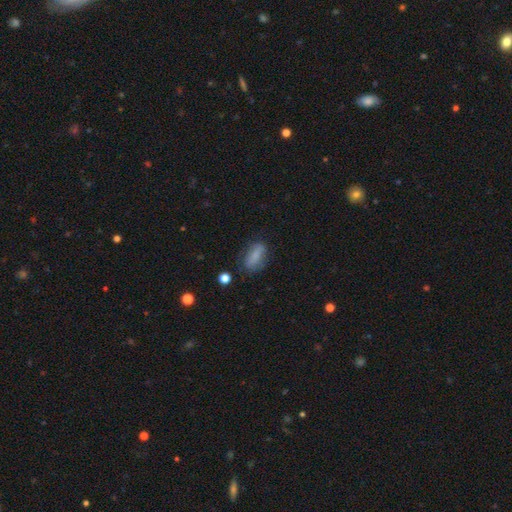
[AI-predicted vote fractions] Q: Smooth or featured?
A: smooth (75%); runner-up: featured or disk (16%)
Q: How rounded?
A: in between (75%); runner-up: cigar-shaped (18%)
Q: Merging?
A: none (69%); runner-up: minor disturbance (21%)